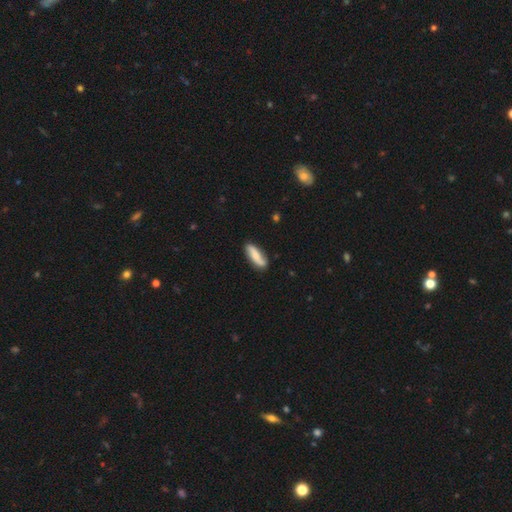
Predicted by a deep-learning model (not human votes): Morphology: type=smooth (58%); roundness=in between (53%); merging=none (77%).